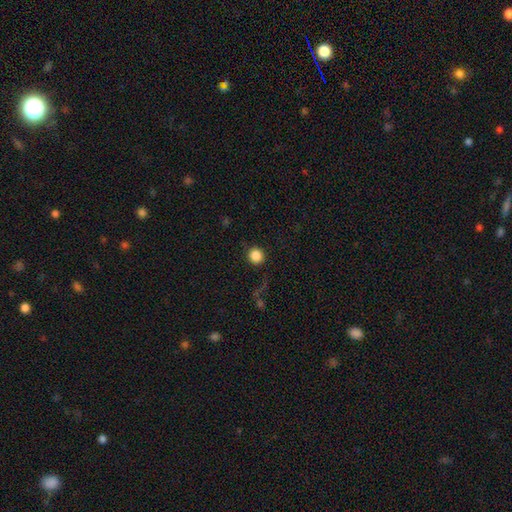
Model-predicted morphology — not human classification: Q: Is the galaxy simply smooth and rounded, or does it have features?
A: smooth — 87%.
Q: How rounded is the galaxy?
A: round — 93%.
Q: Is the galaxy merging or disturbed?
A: none — 88%.